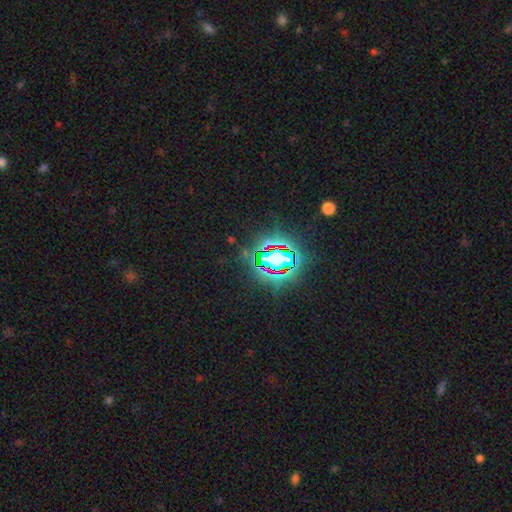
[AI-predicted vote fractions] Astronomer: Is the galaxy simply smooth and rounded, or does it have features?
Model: star or artifact — 79%.